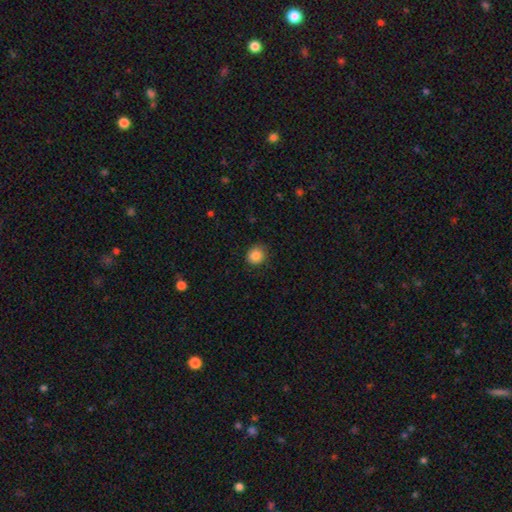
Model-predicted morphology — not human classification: Q: Smooth or featured?
A: smooth (87%); runner-up: star or artifact (10%)
Q: How rounded?
A: round (84%); runner-up: in between (15%)
Q: Merging?
A: none (83%); runner-up: minor disturbance (13%)